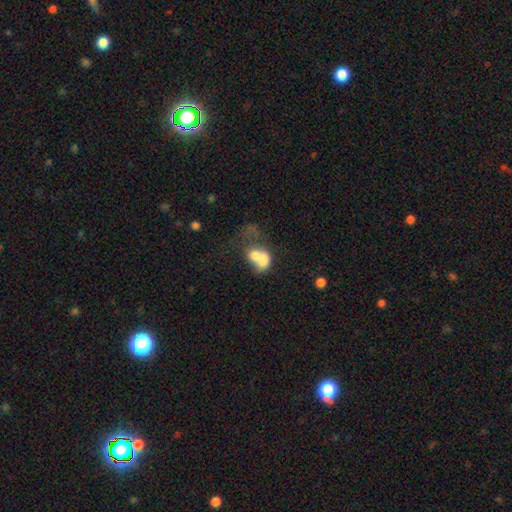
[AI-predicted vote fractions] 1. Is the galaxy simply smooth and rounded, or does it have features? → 65% smooth, 25% featured or disk, 10% star or artifact.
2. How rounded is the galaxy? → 59% in between, 40% round, 1% cigar-shaped.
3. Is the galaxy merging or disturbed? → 69% merger, 13% none, 12% major disturbance, 7% minor disturbance.